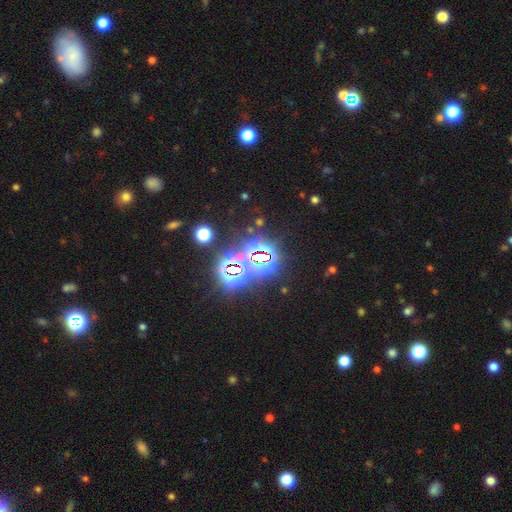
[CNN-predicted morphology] A star or artifact, not a galaxy (82%).